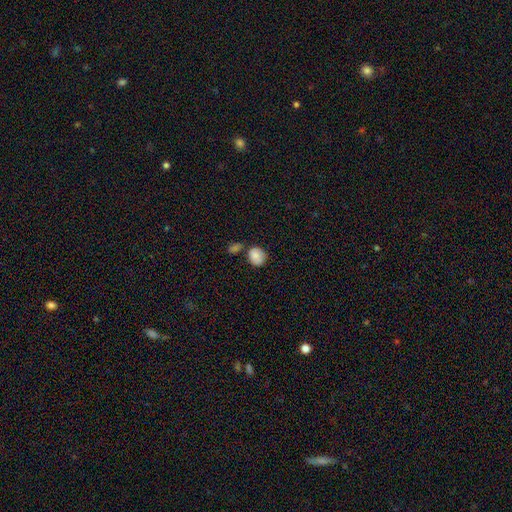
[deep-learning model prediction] Smooth or featured: smooth — 84% (star or artifact — 8%)
How rounded: round — 71% (in between — 28%)
Merging: none — 59% (merger — 18%)